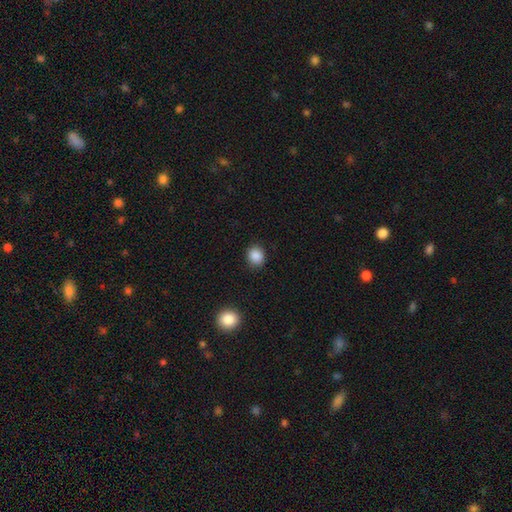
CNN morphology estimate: smooth 88%, star or artifact 10%, featured or disk 3%. Down the decision tree: how rounded — round (69%); merging — none (88%).